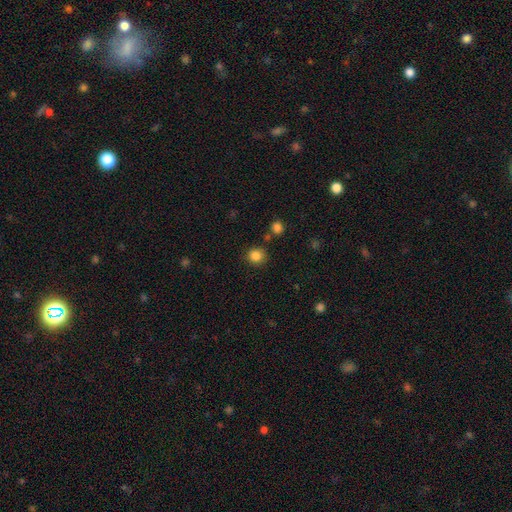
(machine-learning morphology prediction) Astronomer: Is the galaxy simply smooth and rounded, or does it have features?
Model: smooth — 84%.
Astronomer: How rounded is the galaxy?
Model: round — 89%.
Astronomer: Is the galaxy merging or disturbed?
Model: none — 86%.